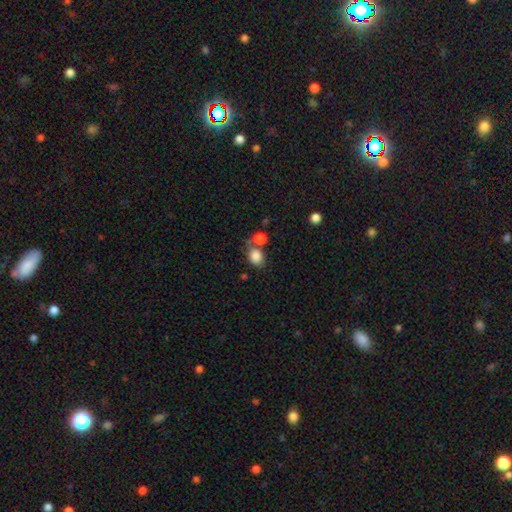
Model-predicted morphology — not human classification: Smooth or featured?
  - smooth: 84% *
  - star or artifact: 9%
  - featured or disk: 7%
How rounded?
  - round: 51% *
  - in between: 48%
  - cigar-shaped: 1%
Merging?
  - none: 48% *
  - merger: 31%
  - minor disturbance: 13%
  - major disturbance: 7%